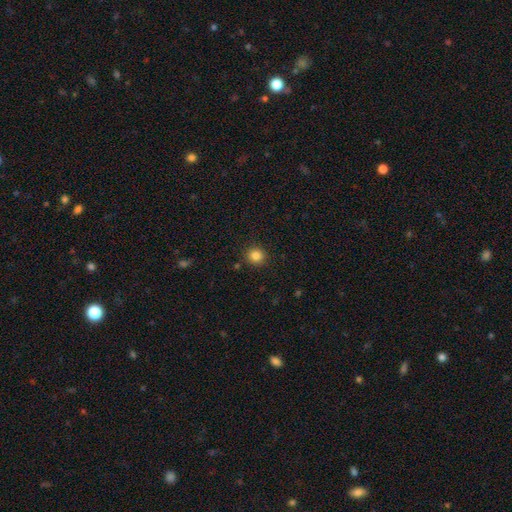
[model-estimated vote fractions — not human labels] smooth-or-featured: smooth: 84% | star or artifact: 12% | featured or disk: 5%
  how-rounded: round: 92% | in between: 7% | cigar-shaped: 1%
  merging: none: 89% | minor disturbance: 7% | major disturbance: 2% | merger: 2%